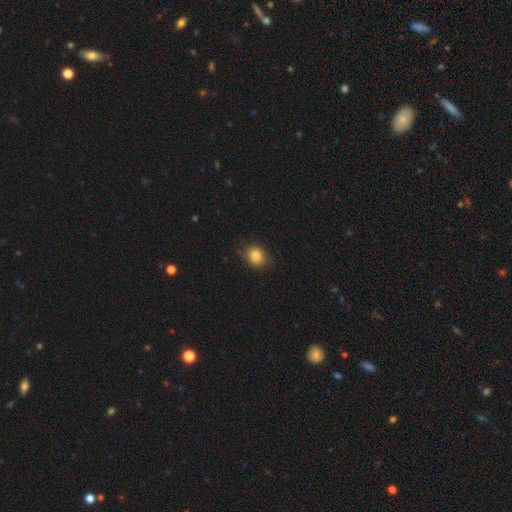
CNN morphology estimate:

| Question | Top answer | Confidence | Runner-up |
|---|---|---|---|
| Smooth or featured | smooth | 84% | star or artifact (10%) |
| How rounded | round | 69% | in between (30%) |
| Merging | none | 82% | minor disturbance (14%) |